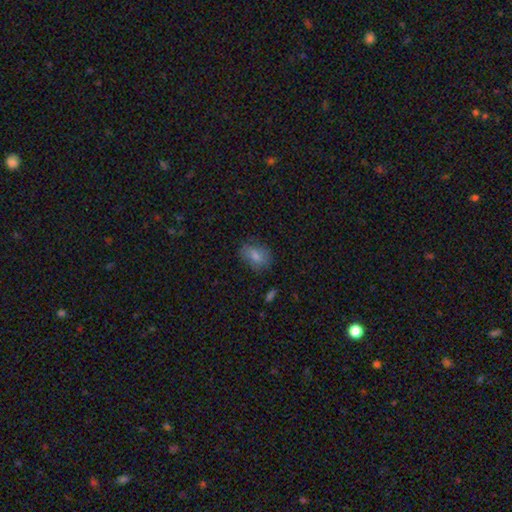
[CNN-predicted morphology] Q: Smooth or featured?
A: smooth (78%); runner-up: featured or disk (13%)
Q: How rounded?
A: in between (78%); runner-up: round (20%)
Q: Merging?
A: none (71%); runner-up: minor disturbance (21%)